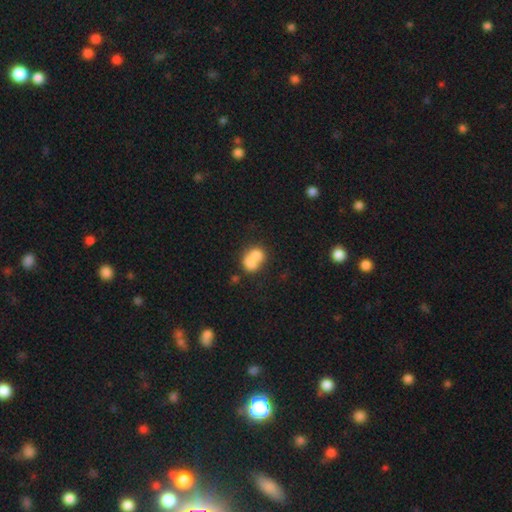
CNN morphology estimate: Q: Smooth or featured?
A: smooth (67%); runner-up: featured or disk (23%)
Q: How rounded?
A: round (50%); runner-up: in between (49%)
Q: Merging?
A: merger (64%); runner-up: none (23%)